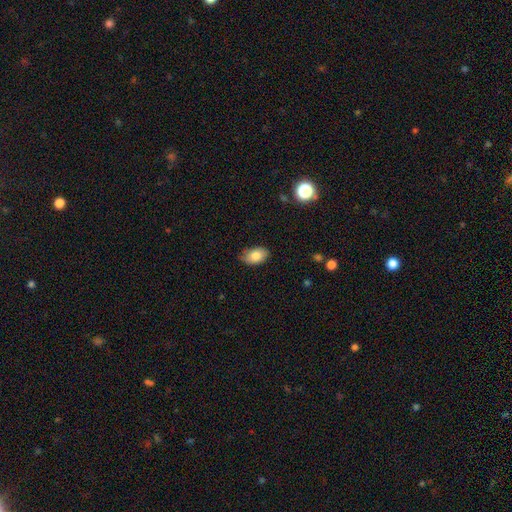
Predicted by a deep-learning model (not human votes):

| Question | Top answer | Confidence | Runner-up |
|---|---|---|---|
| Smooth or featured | smooth | 81% | featured or disk (11%) |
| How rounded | in between | 90% | round (8%) |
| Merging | none | 80% | minor disturbance (16%) |